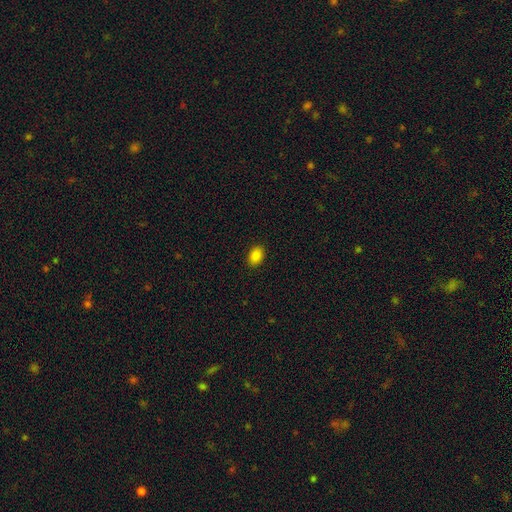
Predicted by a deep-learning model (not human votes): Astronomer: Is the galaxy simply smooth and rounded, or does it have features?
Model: smooth — 86%.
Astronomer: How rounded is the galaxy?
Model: in between — 81%.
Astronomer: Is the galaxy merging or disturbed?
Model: none — 90%.